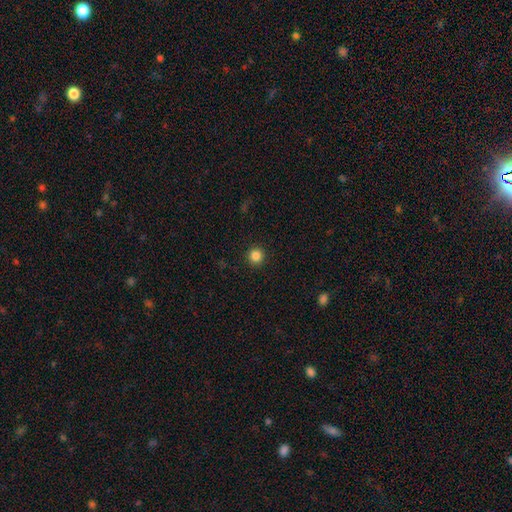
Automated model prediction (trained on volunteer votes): This is clearly a smooth galaxy (85%). How rounded: clearly round (95%). Merging: clearly none (93%).